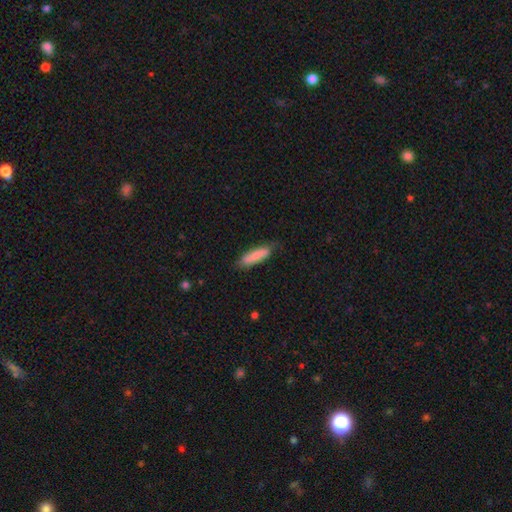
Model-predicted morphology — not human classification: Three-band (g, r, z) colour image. It shows a smooth galaxy with no disk features (77%) that is cigar-shaped (57%). Merging: none (73%).